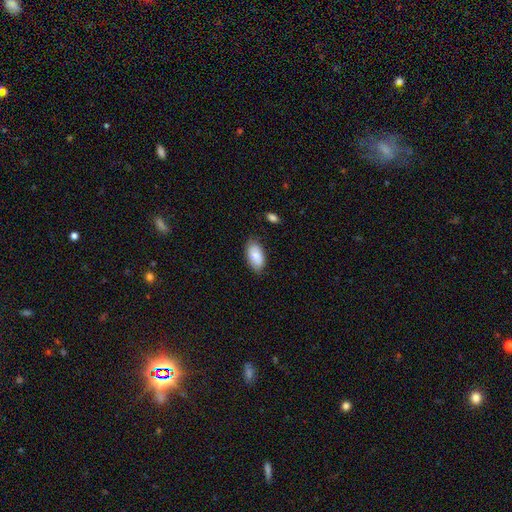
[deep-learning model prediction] This is clearly a smooth galaxy (82%). How rounded: clearly in between (94%). Merging: likely none (80%).